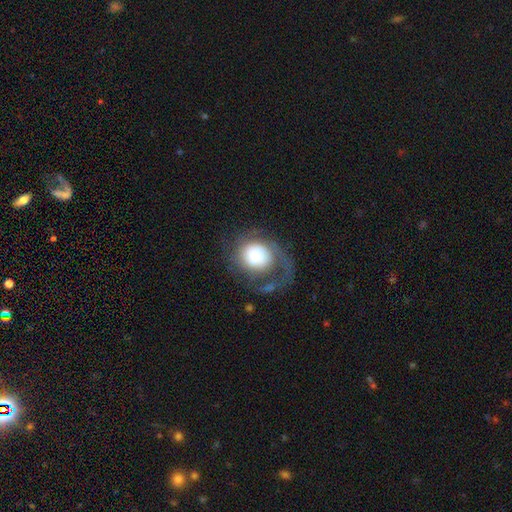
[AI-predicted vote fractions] A featured or disk galaxy (55%) with no bar (79%), spiral arms (83%) and a large central bulge (38%). Merging: major disturbance (41%).